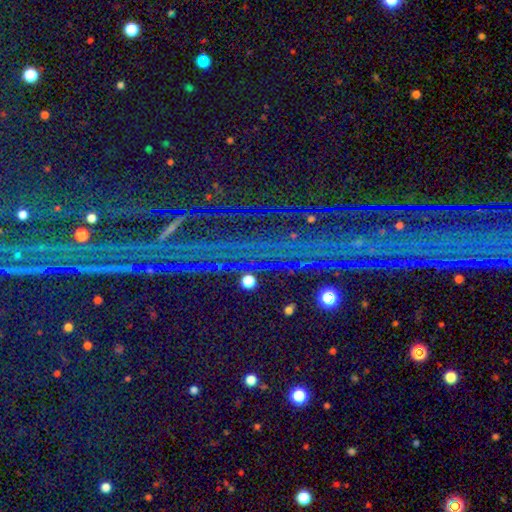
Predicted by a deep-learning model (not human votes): A star or artifact, not a galaxy (83%).